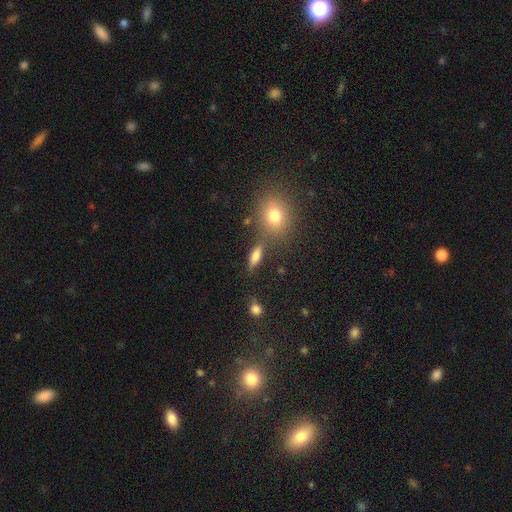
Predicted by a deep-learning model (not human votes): A smooth galaxy with no disk features (71%) that is in between round and cigar-shaped (53%).

Vote fractions:
- Smooth or featured? smooth: 71% / featured or disk: 18% / star or artifact: 11%
- How rounded? in between: 53% / cigar-shaped: 37% / round: 10%
- Merging? none: 69% / minor disturbance: 14% / merger: 11% / major disturbance: 6%